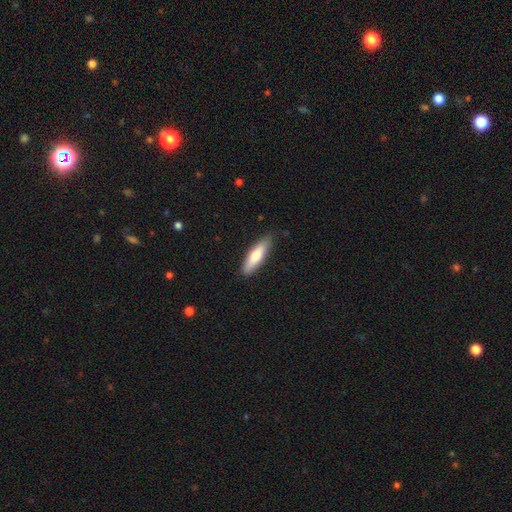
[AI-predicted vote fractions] smooth_or_featured: smooth (p=0.72) [alt: featured or disk p=0.23]
how_rounded: cigar-shaped (p=0.63) [alt: in between p=0.36]
merging: none (p=0.83) [alt: minor disturbance p=0.14]